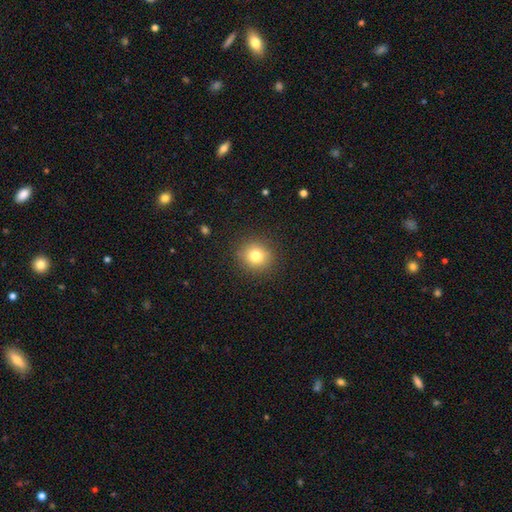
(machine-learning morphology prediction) The model was most divided on "smooth or featured": smooth: 79%, star or artifact: 12%, featured or disk: 9%. More confident: merging — none (89%); how rounded — round (89%).